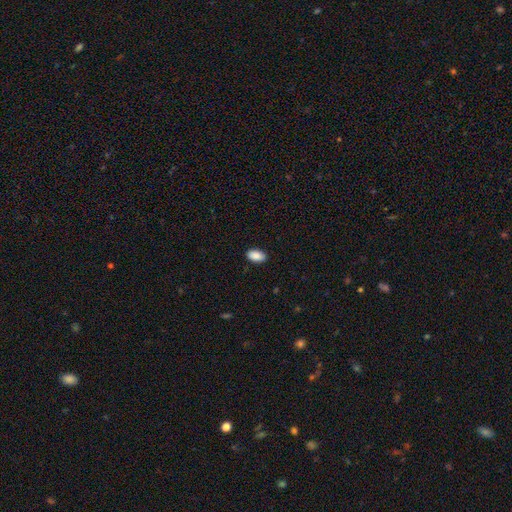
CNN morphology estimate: Overall: smooth (90%). How rounded: in between (94%). Merging: none (89%).